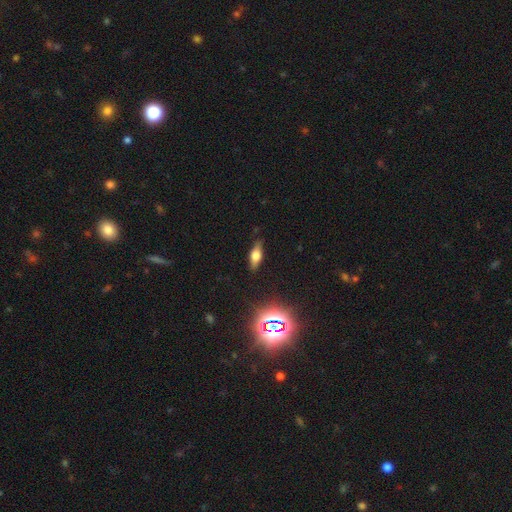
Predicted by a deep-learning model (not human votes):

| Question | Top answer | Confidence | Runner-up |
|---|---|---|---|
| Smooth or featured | smooth | 50% | featured or disk (36%) |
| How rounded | in between | 64% | cigar-shaped (30%) |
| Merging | none | 84% | minor disturbance (12%) |